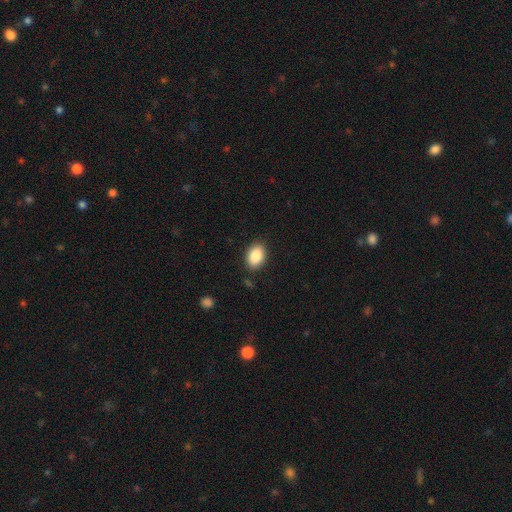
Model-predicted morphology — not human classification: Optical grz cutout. It shows a smooth galaxy with no disk features (88%) that is in between round and cigar-shaped (86%). Merging: none (87%).